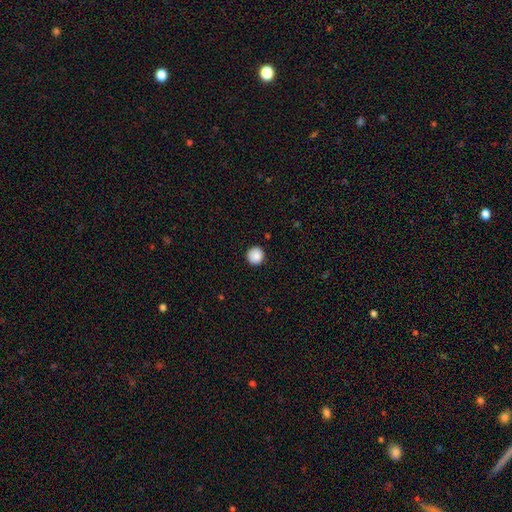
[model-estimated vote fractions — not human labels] This is clearly a smooth galaxy (88%). How rounded: clearly round (95%). Merging: clearly none (91%).